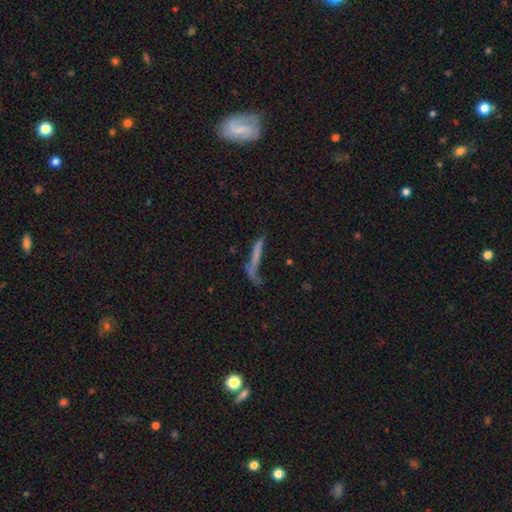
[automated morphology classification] Overall: smooth (53%; featured or disk 30%). How rounded: cigar-shaped (88%). Merging: none (42%; major disturbance 24%).